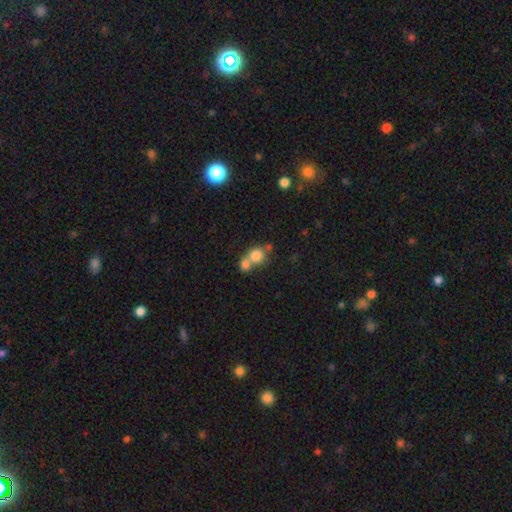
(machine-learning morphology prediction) A smooth galaxy with no disk features (77%) that is round (76%).

Vote fractions:
- Smooth or featured? smooth: 77% / featured or disk: 13% / star or artifact: 10%
- How rounded? round: 76% / in between: 23% / cigar-shaped: 1%
- Merging? merger: 59% / none: 31% / minor disturbance: 7% / major disturbance: 3%